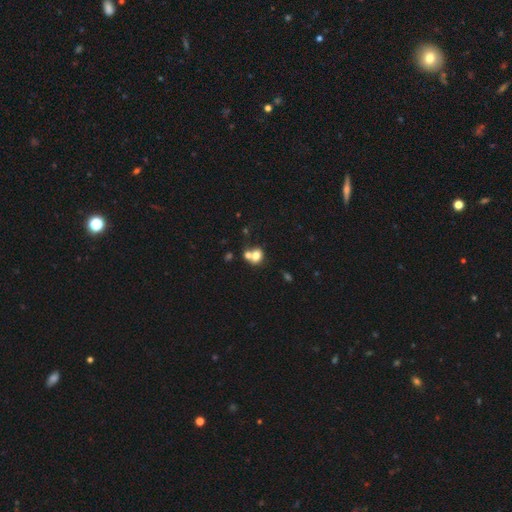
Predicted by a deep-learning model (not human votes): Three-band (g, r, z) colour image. It shows a smooth galaxy with no disk features (73%) that is round (57%). Merging: merger (51%).